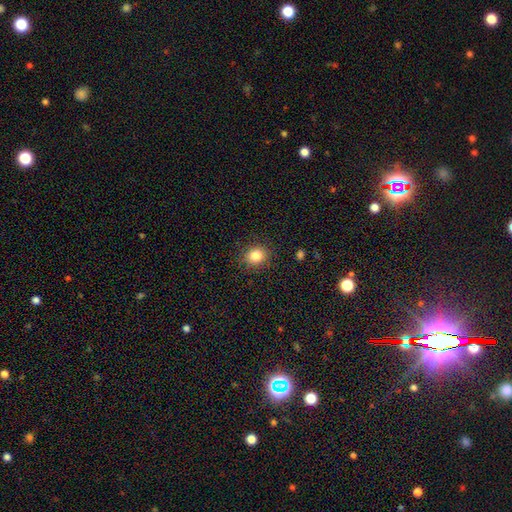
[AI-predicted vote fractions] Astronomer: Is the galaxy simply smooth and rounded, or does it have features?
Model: smooth — 83%.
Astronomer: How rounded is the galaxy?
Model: round — 72%.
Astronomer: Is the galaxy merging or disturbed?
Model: none — 88%.